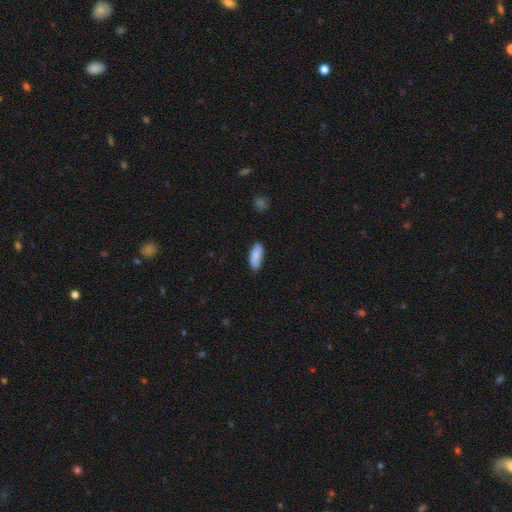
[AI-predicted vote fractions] The model was most divided on "merging": none: 76%, minor disturbance: 19%, major disturbance: 3%, merger: 2%. More confident: smooth or featured — smooth (84%); how rounded — in between (80%).